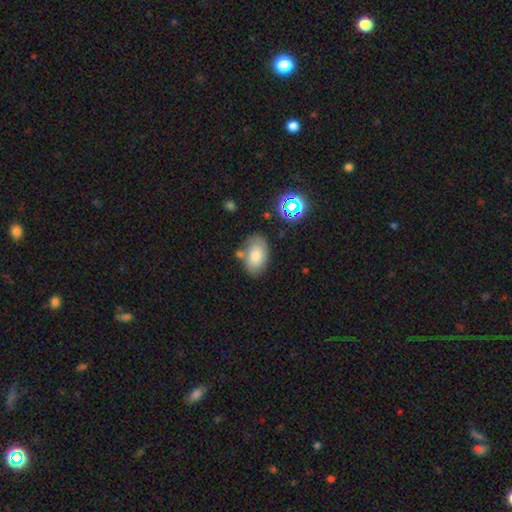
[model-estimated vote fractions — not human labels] A smooth galaxy with no disk features (77%) that is in between round and cigar-shaped (90%). Merging: none (71%).